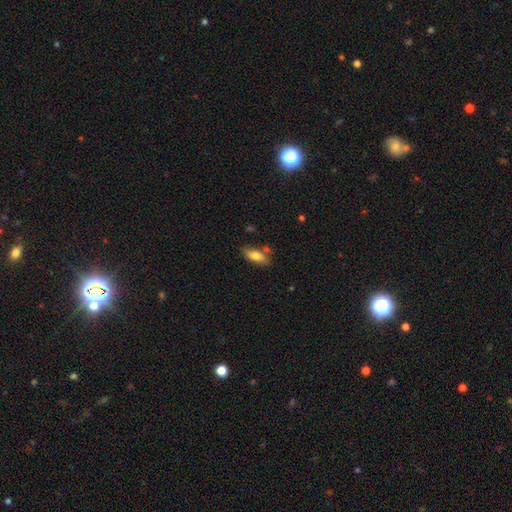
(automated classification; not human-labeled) Smooth or featured? Predicted: smooth (p=0.75). How rounded? Predicted: in between (p=0.73). Merging? Predicted: none (p=0.70).